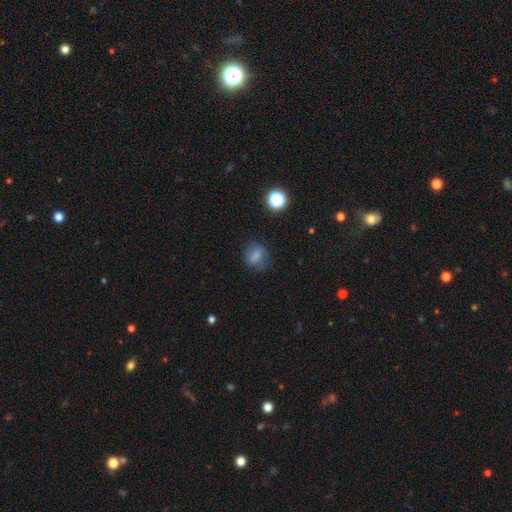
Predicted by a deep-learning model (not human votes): Overall: smooth (75%). How rounded: in between (49%; round 48%). Merging: none (71%).